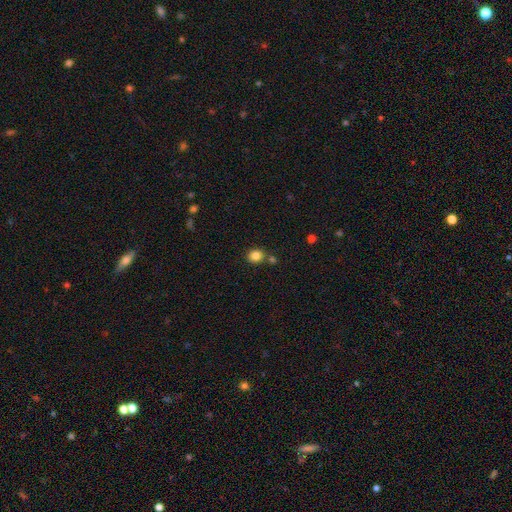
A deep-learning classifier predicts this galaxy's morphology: This appears to be a smooth galaxy with no disk features (85%) that is round (75%). Merging: none (74%).